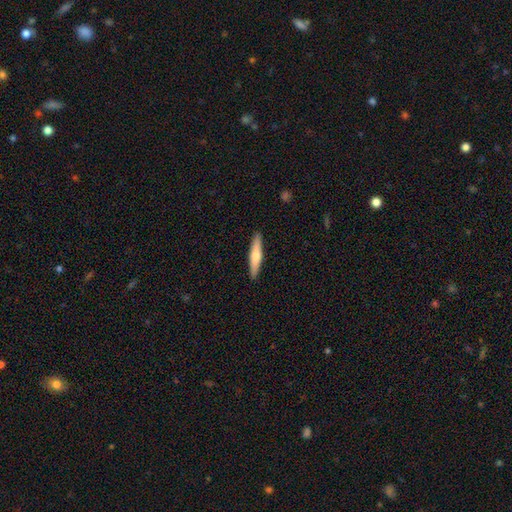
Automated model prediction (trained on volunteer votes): This appears to be a smooth galaxy with no disk features (54%) that is cigar-shaped (87%). Merging: none (92%).